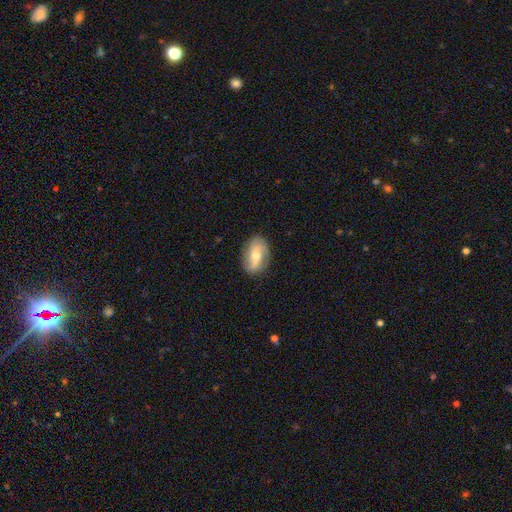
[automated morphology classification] Smooth or featured?
  - featured or disk: 57% *
  - smooth: 36%
  - star or artifact: 7%
Edge-on disk?
  - no: 92% *
  - yes: 8%
Bar?
  - no: 43% *
  - weak: 35%
  - strong: 22%
Spiral arms?
  - yes: 80% *
  - no: 20%
Bulge size?
  - moderate: 61% *
  - small: 32%
  - large: 4%
  - none: 1%
  - dominant: 1%
Merging?
  - none: 79% *
  - minor disturbance: 15%
  - major disturbance: 4%
  - merger: 1%